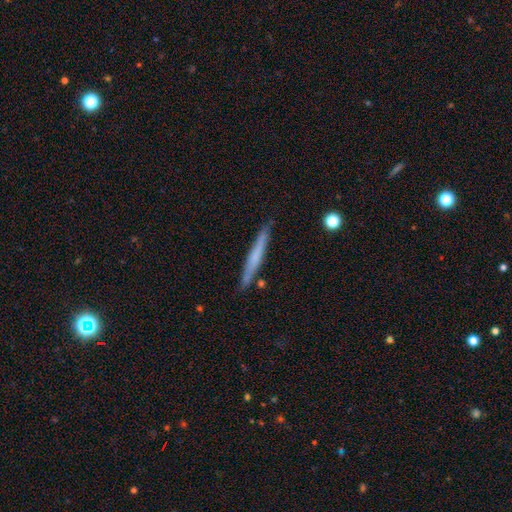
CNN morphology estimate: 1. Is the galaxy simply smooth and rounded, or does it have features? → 52% smooth, 42% featured or disk, 6% star or artifact.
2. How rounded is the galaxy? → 96% cigar-shaped, 3% in between, 1% round.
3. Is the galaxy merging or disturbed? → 86% none, 10% minor disturbance, 3% merger, 2% major disturbance.